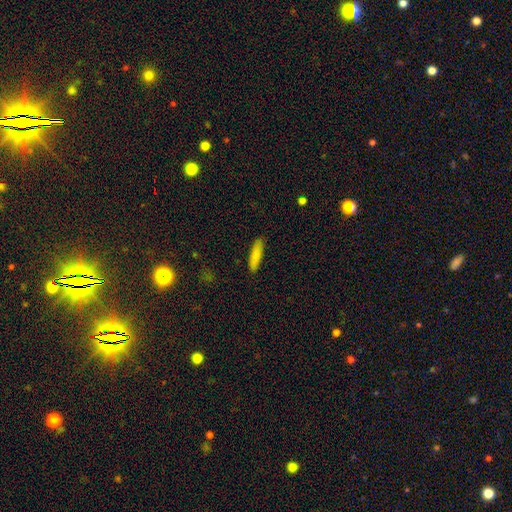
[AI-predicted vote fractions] A smooth galaxy with no disk features (84%) that is cigar-shaped (74%).

Vote fractions:
- Smooth or featured? smooth: 84% / featured or disk: 9% / star or artifact: 7%
- How rounded? cigar-shaped: 74% / in between: 25% / round: 2%
- Merging? none: 89% / minor disturbance: 8% / major disturbance: 2% / merger: 1%